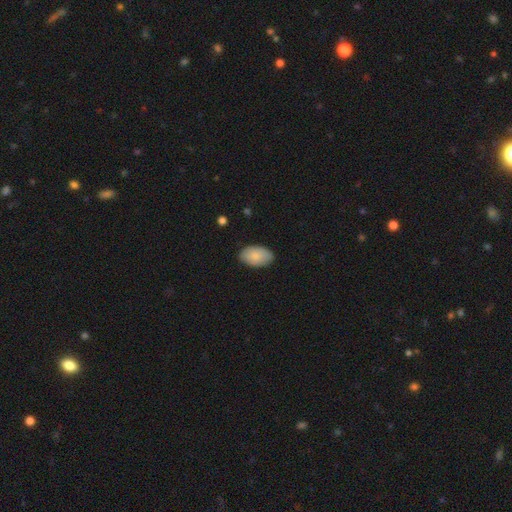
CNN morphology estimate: Smooth or featured? smooth (84%)
How rounded? in between (93%)
Merging? none (85%)